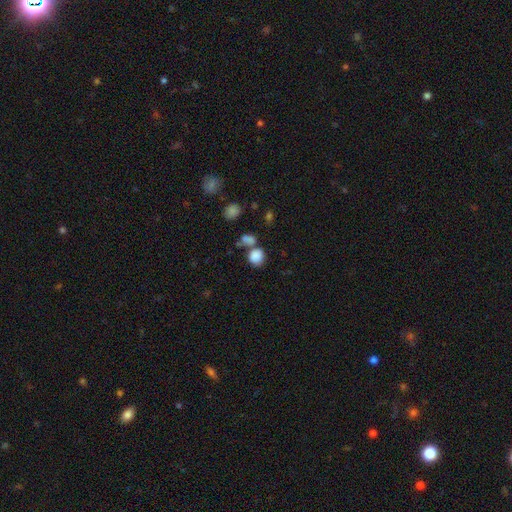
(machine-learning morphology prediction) Smooth or featured? smooth (85%)
How rounded? round (73%)
Merging? none (50%)